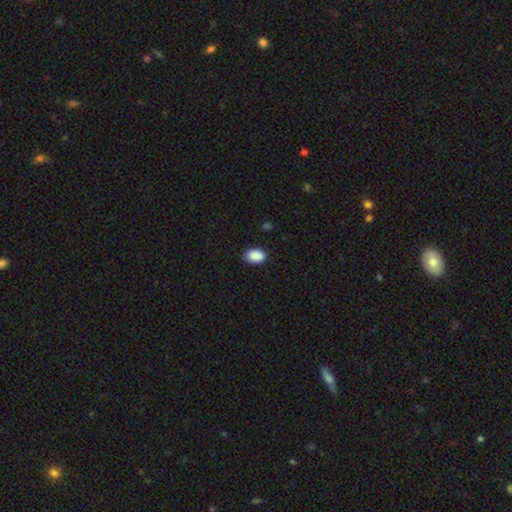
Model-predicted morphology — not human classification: The model was most divided on "how rounded": in between: 85%, round: 14%, cigar-shaped: 1%. More confident: smooth or featured — smooth (90%); merging — none (87%).